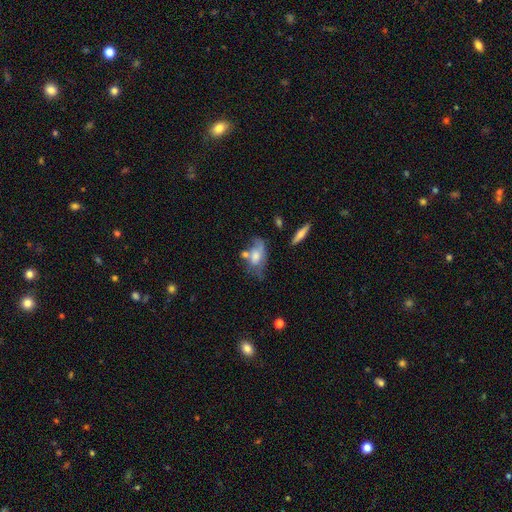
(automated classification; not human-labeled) smooth_or_featured: smooth (p=0.55) [alt: featured or disk p=0.37]
how_rounded: in between (p=0.85) [alt: round p=0.08]
merging: none (p=0.31) [alt: minor disturbance p=0.26]